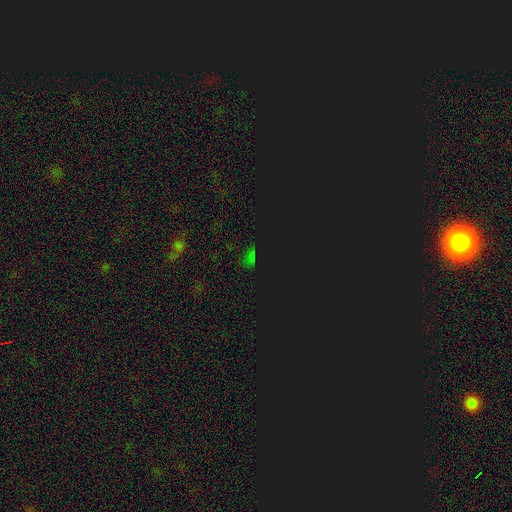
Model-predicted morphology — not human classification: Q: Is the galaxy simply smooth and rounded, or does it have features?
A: star or artifact — 77%.